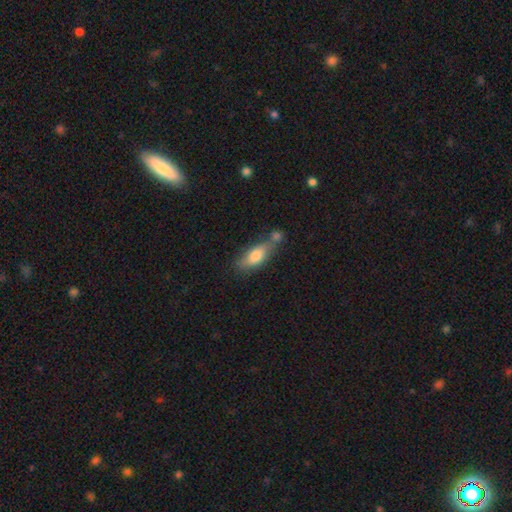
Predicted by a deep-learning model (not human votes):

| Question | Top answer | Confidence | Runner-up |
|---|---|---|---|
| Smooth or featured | smooth | 73% | featured or disk (20%) |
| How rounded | in between | 66% | cigar-shaped (30%) |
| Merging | none | 44% | merger (30%) |